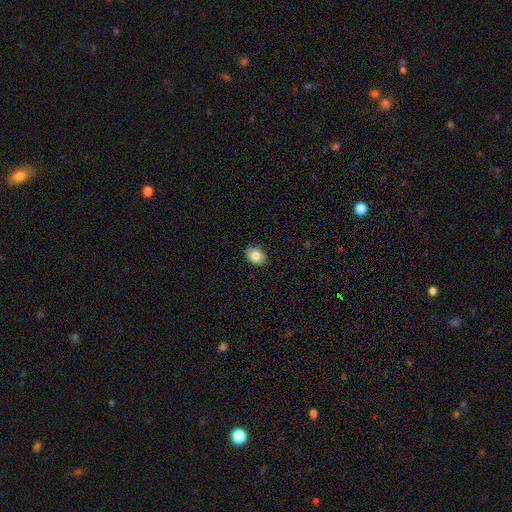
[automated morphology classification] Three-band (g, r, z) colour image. It shows a smooth galaxy with no disk features (84%) that is in between round and cigar-shaped (60%). Merging: none (88%).